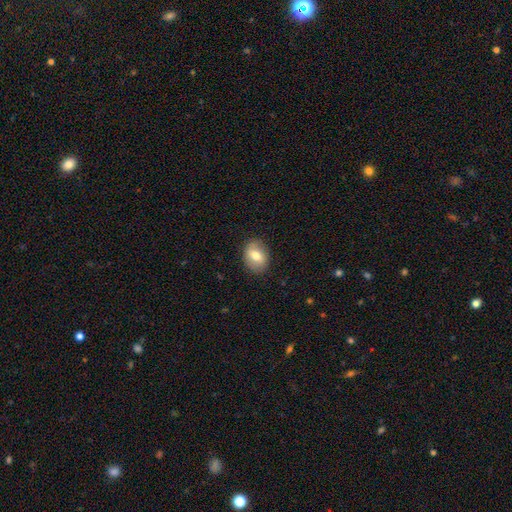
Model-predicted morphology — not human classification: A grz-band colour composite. It shows a smooth galaxy with no disk features (66%) that is in between round and cigar-shaped (64%). Merging: none (85%).